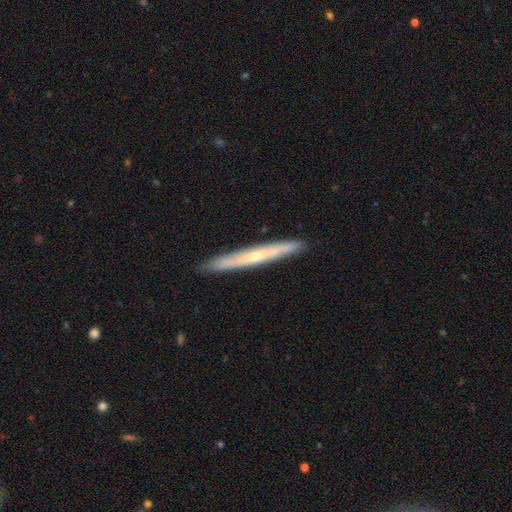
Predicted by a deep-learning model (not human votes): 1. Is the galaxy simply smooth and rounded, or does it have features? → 57% featured or disk, 37% smooth, 6% star or artifact.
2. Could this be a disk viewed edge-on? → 92% yes, 8% no.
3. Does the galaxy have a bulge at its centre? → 49% rounded, 47% none, 4% boxy.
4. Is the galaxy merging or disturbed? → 90% none, 8% minor disturbance, 1% major disturbance, 1% merger.